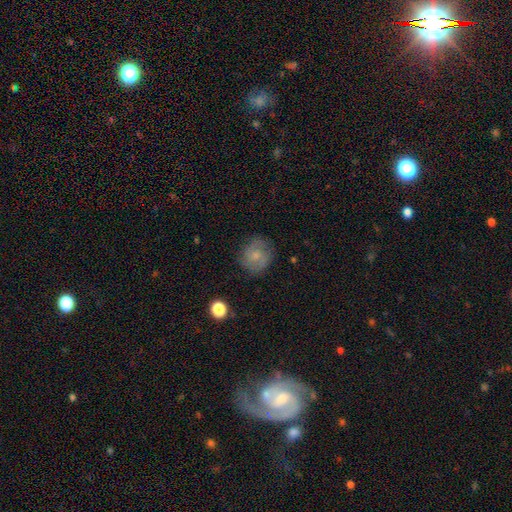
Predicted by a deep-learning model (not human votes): The model was most divided on "smooth or featured": smooth: 56%, featured or disk: 36%, star or artifact: 9%. More confident: how rounded — round (82%); merging — none (76%).